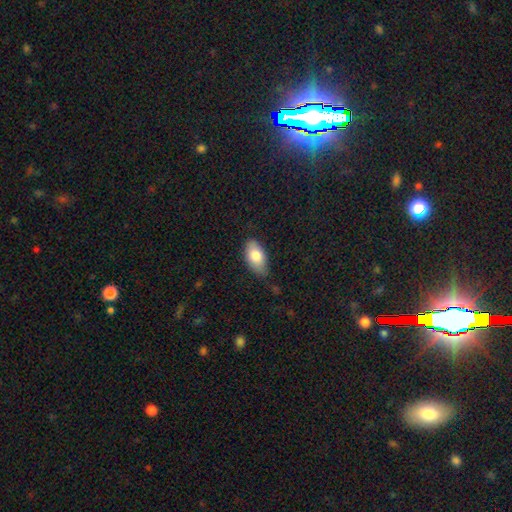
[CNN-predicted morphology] smooth_or_featured: smooth (p=0.81) [alt: featured or disk p=0.12]
how_rounded: in between (p=0.93) [alt: round p=0.04]
merging: none (p=0.69) [alt: minor disturbance p=0.25]